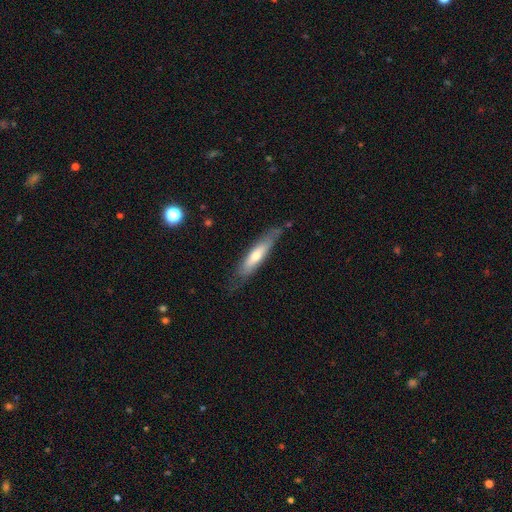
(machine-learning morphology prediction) Smooth or featured: smooth — 50% (featured or disk — 44%)
How rounded: cigar-shaped — 80% (in between — 19%)
Merging: none — 74% (minor disturbance — 20%)